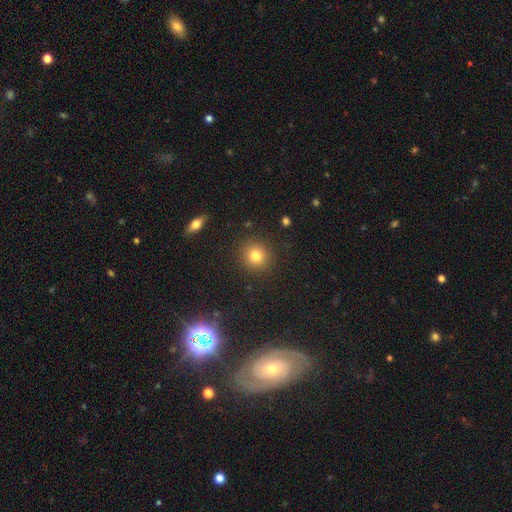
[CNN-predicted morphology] Smooth or featured? Predicted: smooth (p=0.79). How rounded? Predicted: round (p=0.91). Merging? Predicted: none (p=0.89).